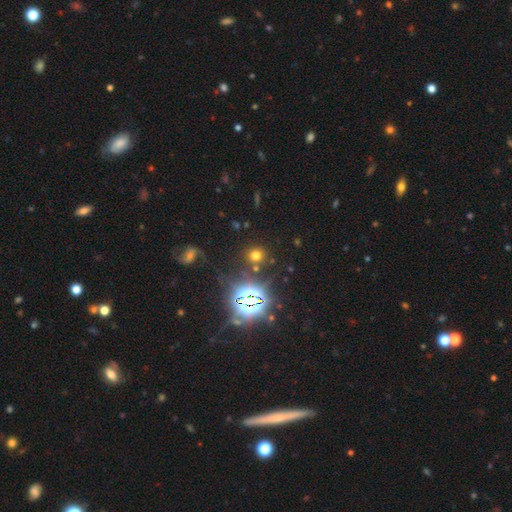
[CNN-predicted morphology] A smooth galaxy with no disk features (58%) that is round (84%).

Vote fractions:
- Smooth or featured? smooth: 58% / star or artifact: 33% / featured or disk: 9%
- How rounded? round: 84% / in between: 15% / cigar-shaped: 1%
- Merging? none: 82% / minor disturbance: 8% / merger: 6% / major disturbance: 4%